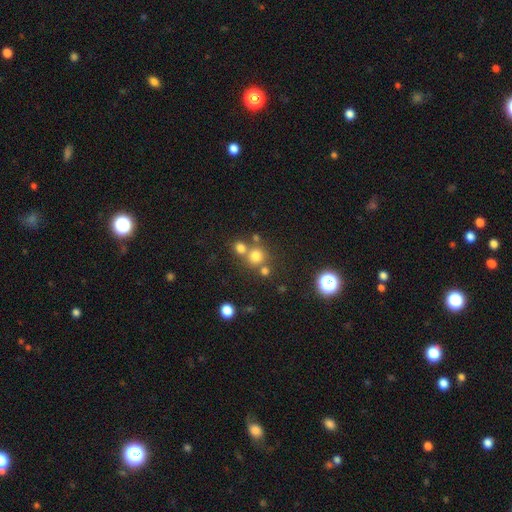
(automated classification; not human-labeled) The model was most divided on "merging": none: 61%, merger: 28%, minor disturbance: 8%, major disturbance: 4%. More confident: how rounded — round (89%); smooth or featured — smooth (72%).